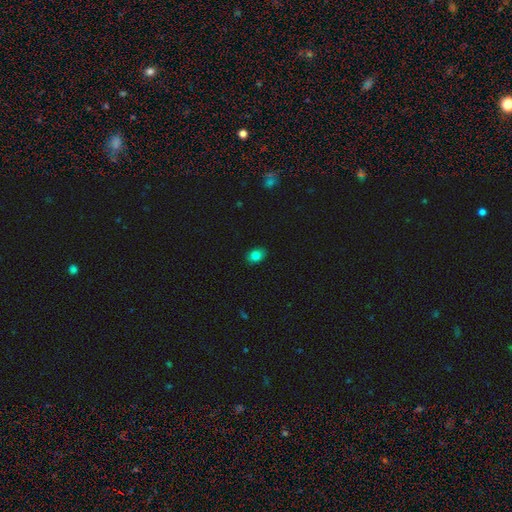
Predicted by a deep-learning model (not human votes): Q: Smooth or featured?
A: smooth (82%); runner-up: star or artifact (10%)
Q: How rounded?
A: in between (71%); runner-up: round (28%)
Q: Merging?
A: none (88%); runner-up: minor disturbance (9%)